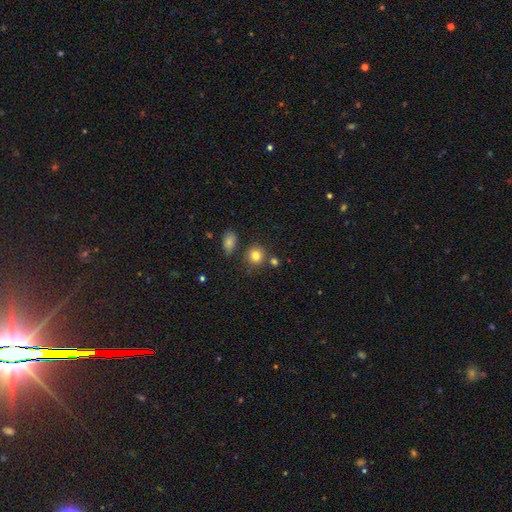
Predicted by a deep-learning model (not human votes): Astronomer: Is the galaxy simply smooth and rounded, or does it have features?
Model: smooth — 82%.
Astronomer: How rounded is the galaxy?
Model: round — 85%.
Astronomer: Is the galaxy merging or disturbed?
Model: none — 76%.